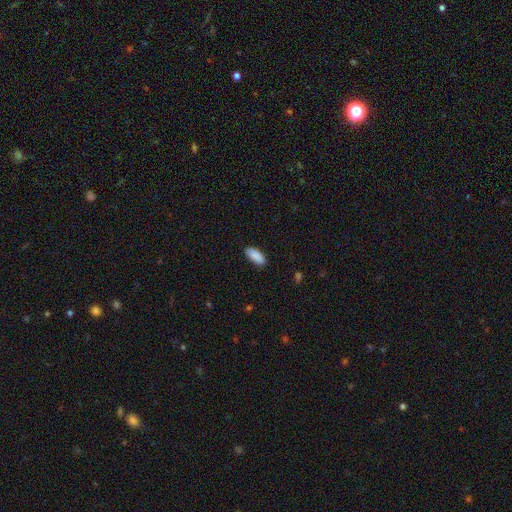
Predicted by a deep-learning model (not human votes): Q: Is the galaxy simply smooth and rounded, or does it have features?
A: smooth — 90%.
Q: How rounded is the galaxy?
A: in between — 86%.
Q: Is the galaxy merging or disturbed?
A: none — 86%.